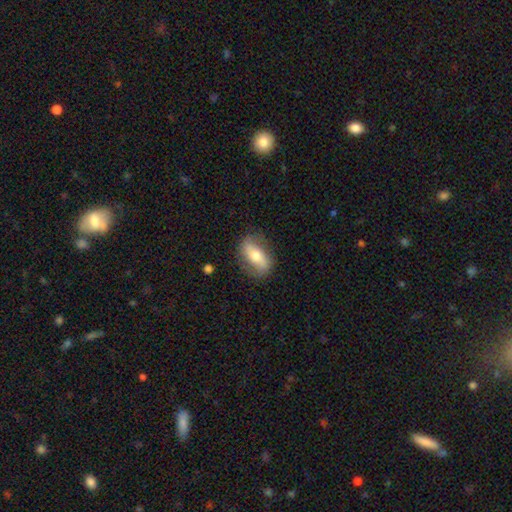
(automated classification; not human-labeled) Overall: featured or disk (53%; smooth 40%). Edge-on disk: no (84%). Merging: none (79%).